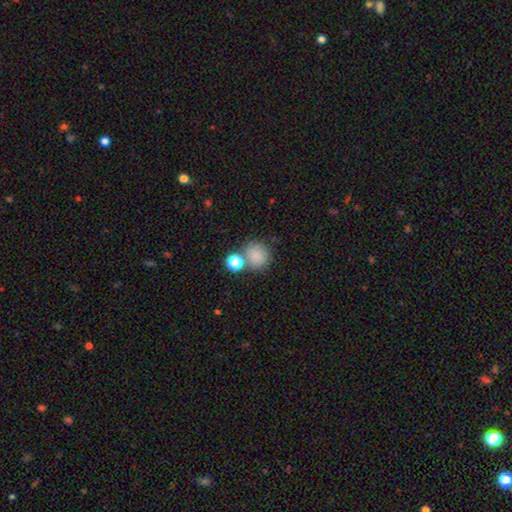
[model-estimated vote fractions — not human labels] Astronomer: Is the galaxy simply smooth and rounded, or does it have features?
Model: smooth — 83%.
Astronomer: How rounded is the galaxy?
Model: round — 83%.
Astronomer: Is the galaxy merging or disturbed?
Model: none — 65%.